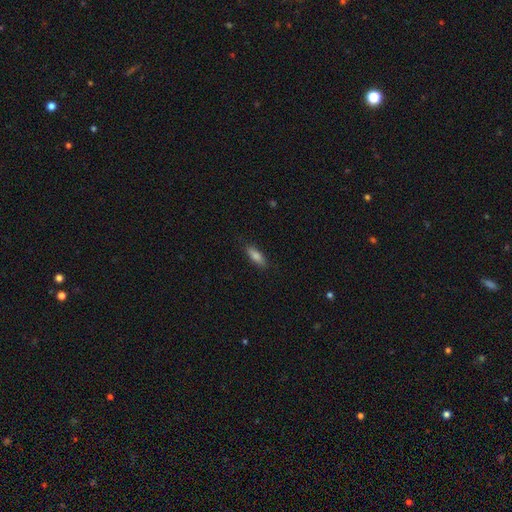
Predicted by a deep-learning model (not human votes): Smooth or featured?
  - smooth: 82% *
  - featured or disk: 10%
  - star or artifact: 8%
How rounded?
  - in between: 59% *
  - cigar-shaped: 38%
  - round: 2%
Merging?
  - none: 86% *
  - minor disturbance: 11%
  - major disturbance: 2%
  - merger: 1%